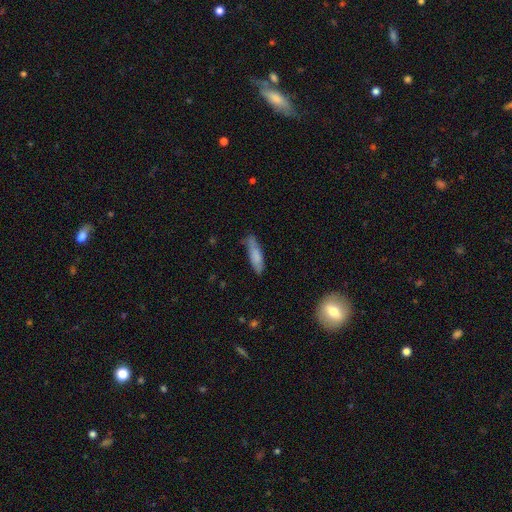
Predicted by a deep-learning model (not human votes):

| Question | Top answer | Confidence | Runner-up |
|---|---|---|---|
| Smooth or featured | smooth | 78% | featured or disk (16%) |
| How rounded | cigar-shaped | 65% | in between (33%) |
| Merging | none | 64% | minor disturbance (26%) |